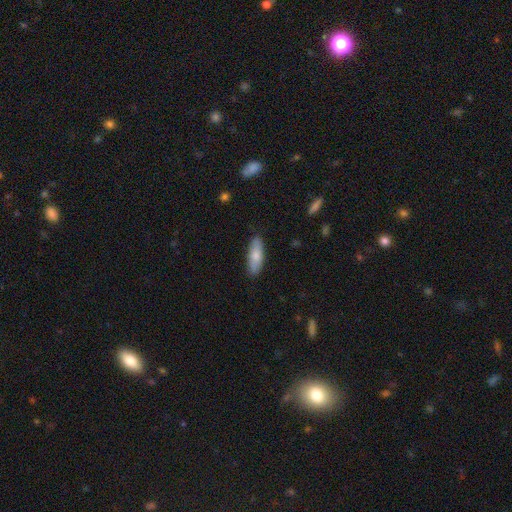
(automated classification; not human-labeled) Morphology: type=smooth (77%); roundness=in between (58%); merging=none (87%).